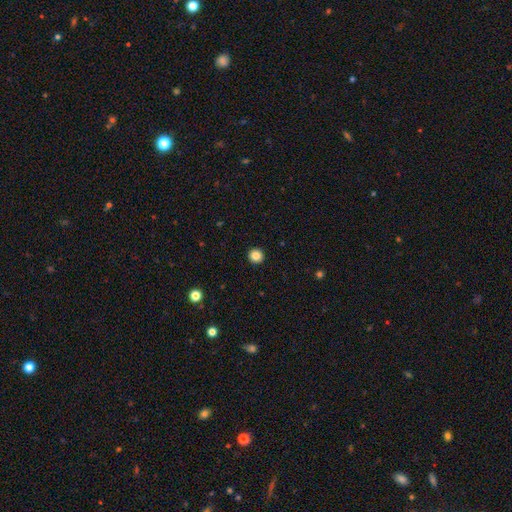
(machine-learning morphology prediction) smooth_or_featured: smooth (p=0.85) [alt: star or artifact p=0.11]
how_rounded: round (p=0.94) [alt: in between p=0.05]
merging: none (p=0.93) [alt: minor disturbance p=0.04]